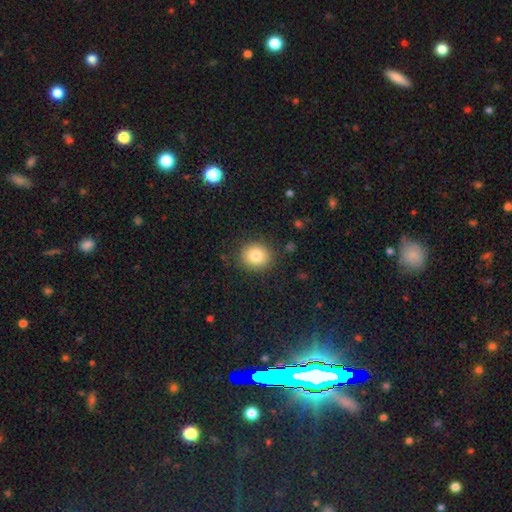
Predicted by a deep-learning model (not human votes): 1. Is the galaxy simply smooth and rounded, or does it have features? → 81% smooth, 10% star or artifact, 8% featured or disk.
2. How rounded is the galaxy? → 83% round, 16% in between, 1% cigar-shaped.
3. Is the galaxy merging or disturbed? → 88% none, 8% minor disturbance, 3% major disturbance, 1% merger.